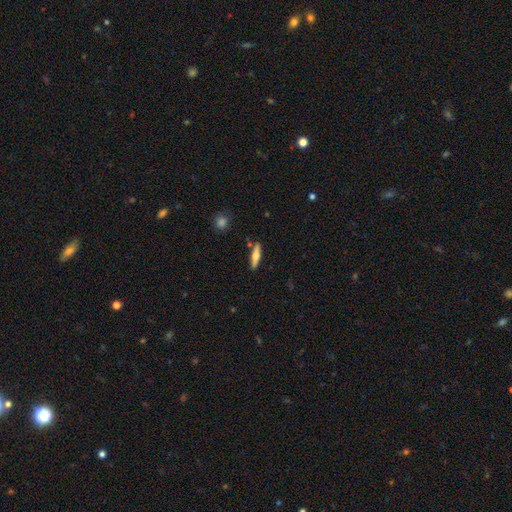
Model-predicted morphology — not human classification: Smooth or featured? Predicted: smooth (p=0.52). How rounded? Predicted: cigar-shaped (p=0.75). Merging? Predicted: none (p=0.86).